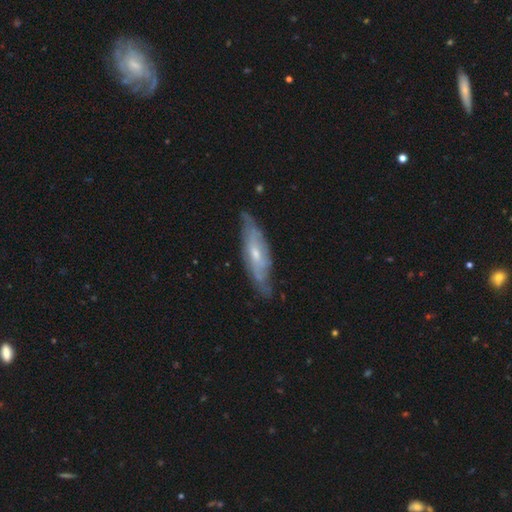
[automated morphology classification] A featured or disk galaxy (69%).

Vote fractions:
- Smooth or featured? featured or disk: 69% / smooth: 22% / star or artifact: 10%
- Edge-on disk? no: 61% / yes: 39%
- Merging? none: 79% / minor disturbance: 16% / major disturbance: 4% / merger: 1%